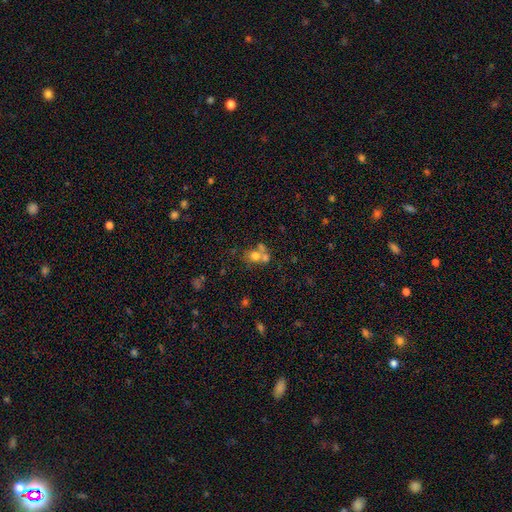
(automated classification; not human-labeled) Smooth or featured: smooth — 67% (featured or disk — 19%)
How rounded: round — 67% (in between — 32%)
Merging: merger — 50% (none — 35%)